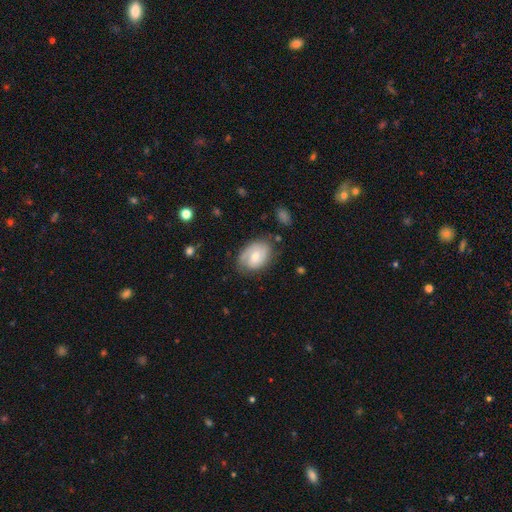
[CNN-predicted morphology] This is possibly a featured or disk galaxy (54%). It is clearly not viewed edge-on (95%). Bar: possibly no (53%). Spiral arm pattern: likely yes (77%). Central bulge: possibly moderate (55%). Merging: likely none (68%).